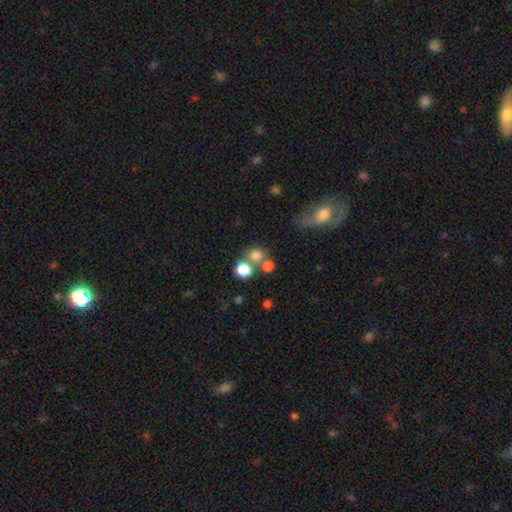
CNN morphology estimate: smooth 76%, star or artifact 16%, featured or disk 9%. Down the decision tree: how rounded — round (85%); merging — none (56%).